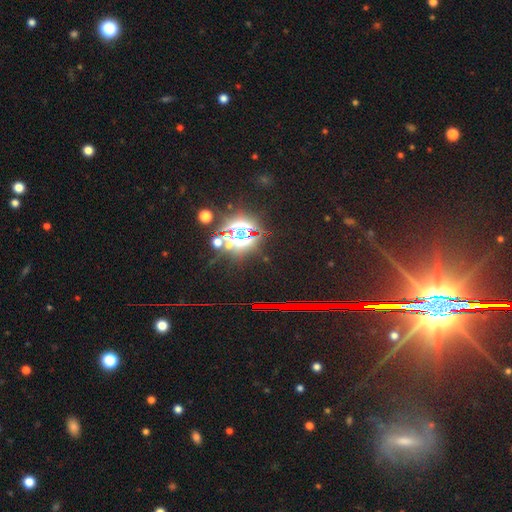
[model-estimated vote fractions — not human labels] star or artifact 84%, featured or disk 10%, smooth 7%.